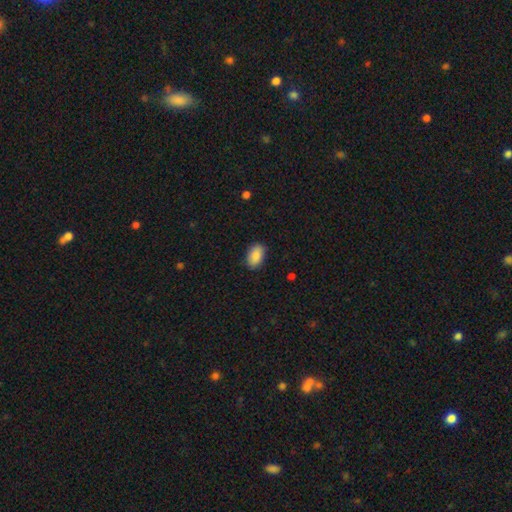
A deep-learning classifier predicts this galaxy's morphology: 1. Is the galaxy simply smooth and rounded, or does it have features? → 89% smooth, 7% star or artifact, 4% featured or disk.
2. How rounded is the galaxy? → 92% in between, 6% round, 1% cigar-shaped.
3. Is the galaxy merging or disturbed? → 86% none, 10% minor disturbance, 2% major disturbance, 1% merger.